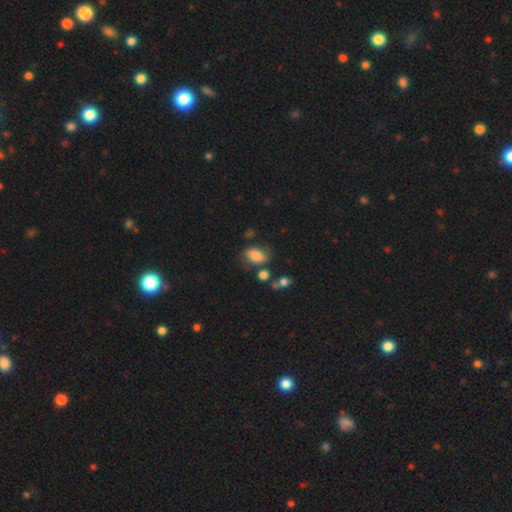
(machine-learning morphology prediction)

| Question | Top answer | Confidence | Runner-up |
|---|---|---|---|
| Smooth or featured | smooth | 73% | featured or disk (17%) |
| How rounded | in between | 84% | round (14%) |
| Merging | none | 58% | minor disturbance (24%) |